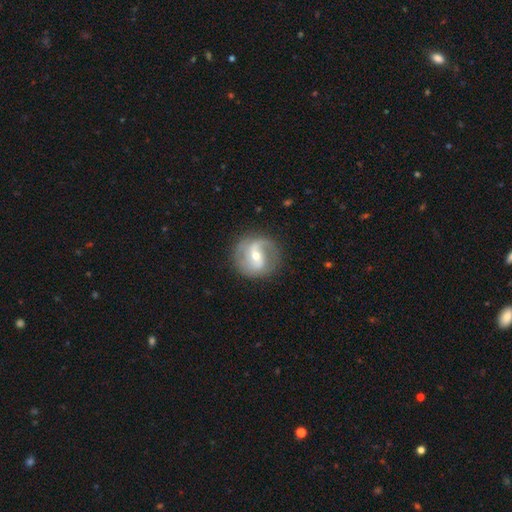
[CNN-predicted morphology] smooth_or_featured: featured or disk (p=0.80) [alt: smooth p=0.14]
disk_edge_on: no (p=0.97) [alt: yes p=0.03]
bar: weak (p=0.45) [alt: no p=0.28]
has_spiral_arms: yes (p=0.92) [alt: no p=0.08]
spiral_winding: medium (p=0.43) [alt: loose p=0.39]
spiral_arm_count: 2 (p=0.77) [alt: 1 p=0.11]
bulge_size: moderate (p=0.53) [alt: small p=0.43]
merging: none (p=0.78) [alt: minor disturbance p=0.14]